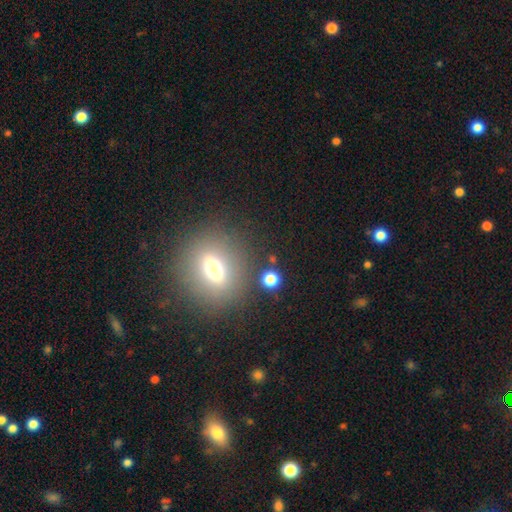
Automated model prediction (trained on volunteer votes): Smooth or featured? Predicted: smooth (p=0.55). How rounded? Predicted: round (p=0.71). Merging? Predicted: none (p=0.87).